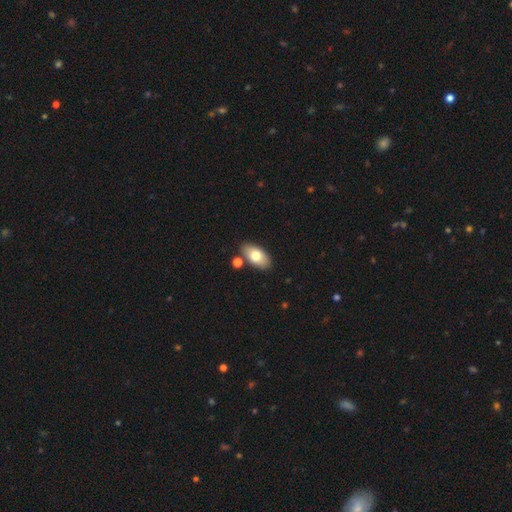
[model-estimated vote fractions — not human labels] smooth 74%, featured or disk 19%, star or artifact 7%. Down the decision tree: how rounded — in between (93%); merging — none (79%).